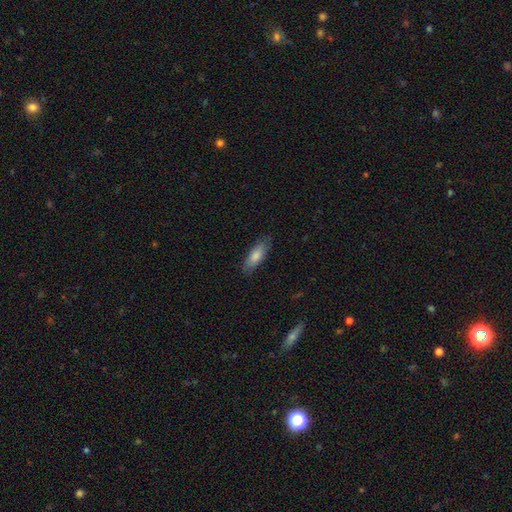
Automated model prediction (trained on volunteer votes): Q: Smooth or featured?
A: smooth (82%); runner-up: featured or disk (13%)
Q: How rounded?
A: in between (65%); runner-up: cigar-shaped (33%)
Q: Merging?
A: none (84%); runner-up: minor disturbance (13%)